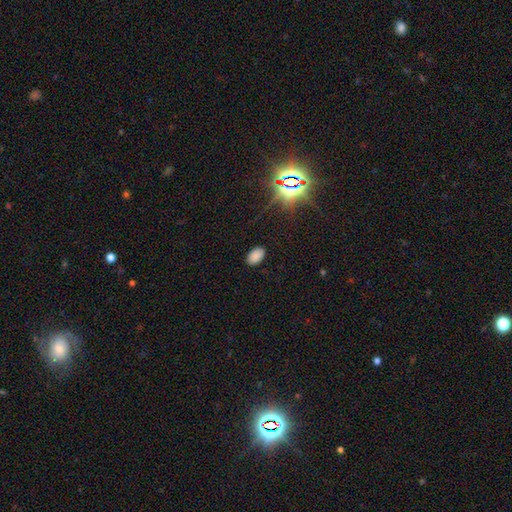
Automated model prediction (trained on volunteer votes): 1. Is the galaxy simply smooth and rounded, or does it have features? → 82% smooth, 14% star or artifact, 4% featured or disk.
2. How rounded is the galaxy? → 93% in between, 6% round, 1% cigar-shaped.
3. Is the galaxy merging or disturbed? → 87% none, 10% minor disturbance, 2% major disturbance, 1% merger.